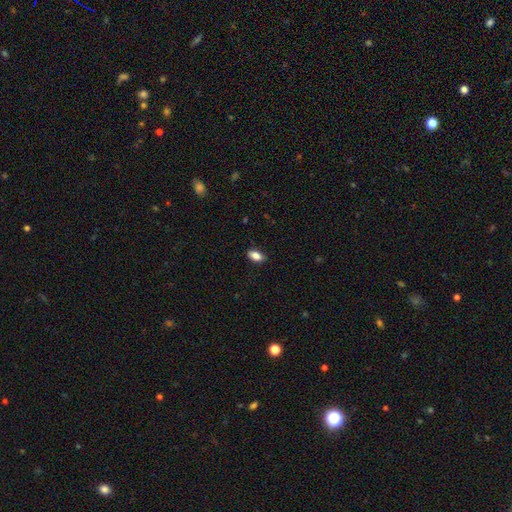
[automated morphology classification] smooth 85%, star or artifact 8%, featured or disk 7%. Down the decision tree: how rounded — in between (89%); merging — none (85%).